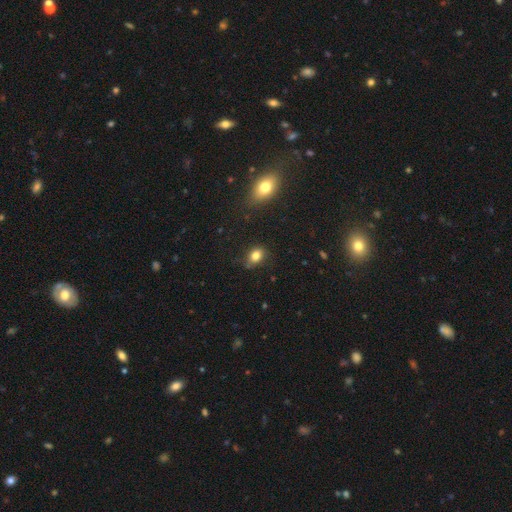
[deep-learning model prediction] Smooth or featured?
  - smooth: 81% *
  - star or artifact: 11%
  - featured or disk: 8%
How rounded?
  - in between: 69% *
  - round: 29%
  - cigar-shaped: 2%
Merging?
  - none: 74% *
  - minor disturbance: 19%
  - major disturbance: 4%
  - merger: 2%